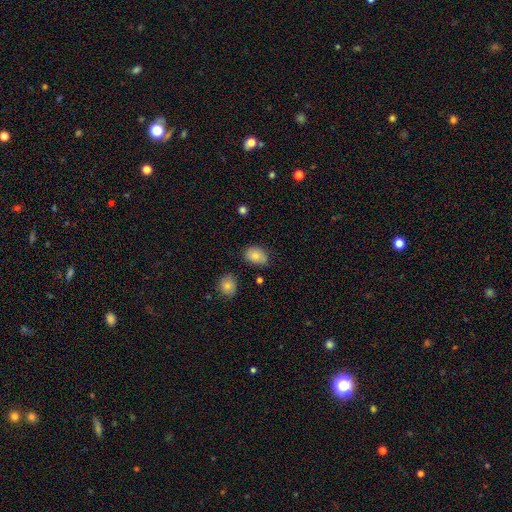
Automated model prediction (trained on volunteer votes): This is clearly a smooth galaxy (82%). How rounded: likely in between (76%). Merging: likely none (71%).